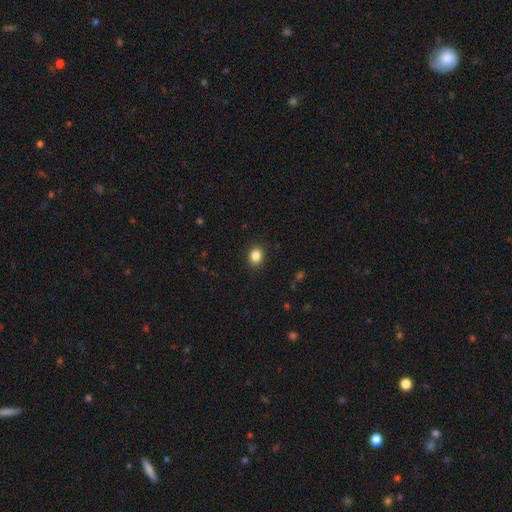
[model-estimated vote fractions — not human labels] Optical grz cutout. It shows a smooth galaxy with no disk features (85%) that is in between round and cigar-shaped (53%). Merging: none (89%).